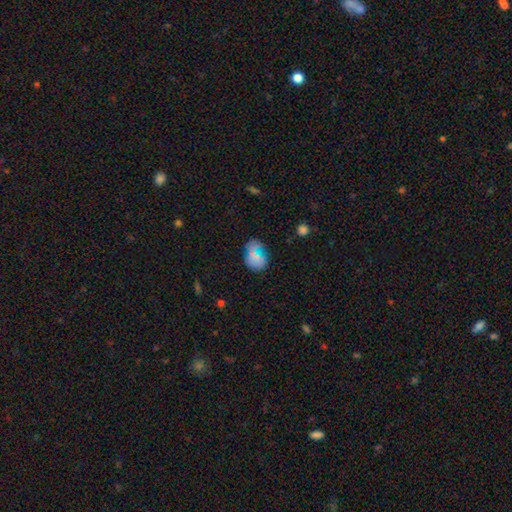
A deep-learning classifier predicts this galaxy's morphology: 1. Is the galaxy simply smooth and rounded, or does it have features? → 65% smooth, 21% star or artifact, 14% featured or disk.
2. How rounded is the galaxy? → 56% in between, 42% round, 2% cigar-shaped.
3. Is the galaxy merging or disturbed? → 69% none, 17% minor disturbance, 7% merger, 7% major disturbance.